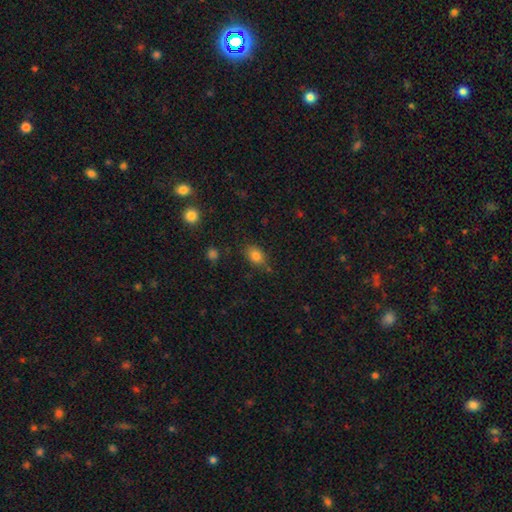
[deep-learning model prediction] A smooth galaxy with no disk features (82%) that is in between round and cigar-shaped (73%). Merging: none (71%).